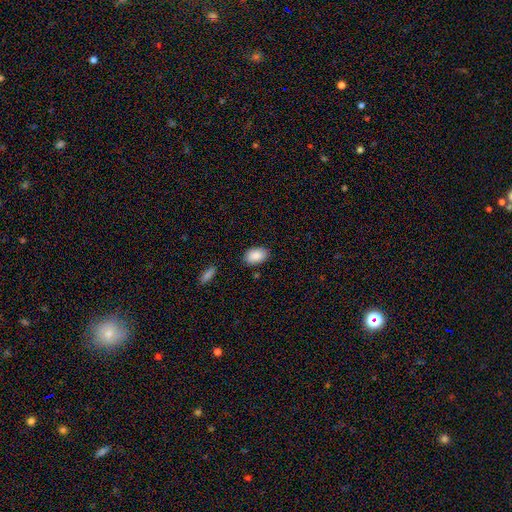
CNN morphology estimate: Q: Smooth or featured?
A: smooth (89%); runner-up: star or artifact (6%)
Q: How rounded?
A: in between (88%); runner-up: round (11%)
Q: Merging?
A: none (81%); runner-up: minor disturbance (13%)